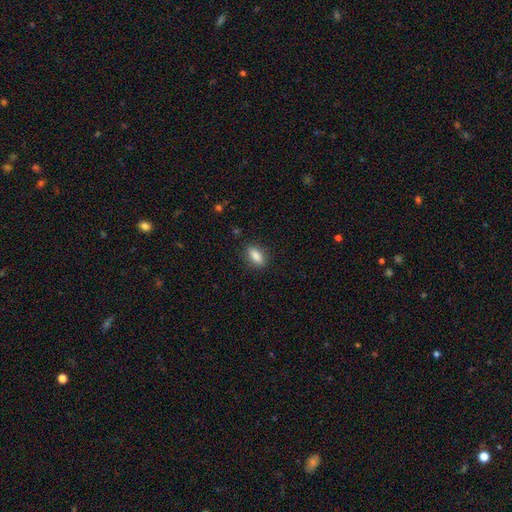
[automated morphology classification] Q: Smooth or featured?
A: smooth (85%); runner-up: star or artifact (8%)
Q: How rounded?
A: in between (82%); runner-up: cigar-shaped (13%)
Q: Merging?
A: none (87%); runner-up: minor disturbance (9%)